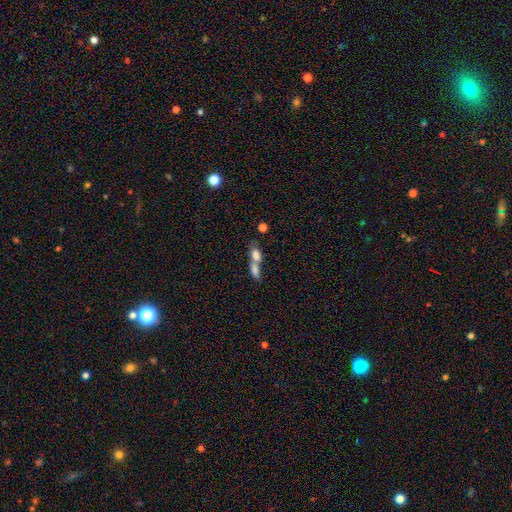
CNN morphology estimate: Smooth or featured?
  - smooth: 73% *
  - featured or disk: 18%
  - star or artifact: 9%
How rounded?
  - in between: 70% *
  - cigar-shaped: 16%
  - round: 14%
Merging?
  - merger: 71% *
  - none: 18%
  - minor disturbance: 6%
  - major disturbance: 5%